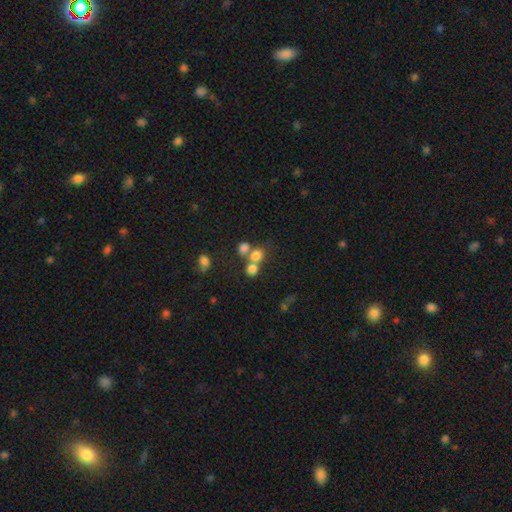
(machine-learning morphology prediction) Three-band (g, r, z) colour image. It shows a smooth galaxy with no disk features (73%) that is round (76%). Merging: merger (47%).